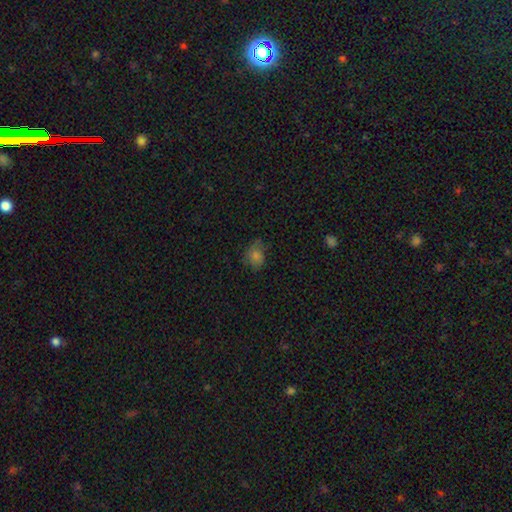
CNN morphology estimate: smooth-or-featured: smooth: 73% | star or artifact: 16% | featured or disk: 12%
  how-rounded: in between: 51% | round: 47% | cigar-shaped: 1%
  merging: none: 63% | minor disturbance: 27% | major disturbance: 9% | merger: 2%